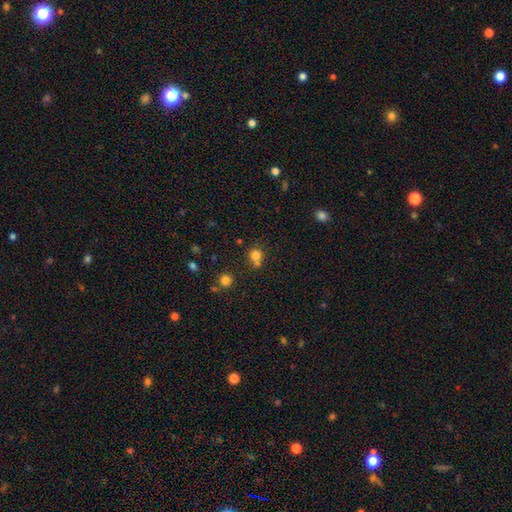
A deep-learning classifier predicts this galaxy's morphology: A smooth galaxy with no disk features (77%) that is round (83%).

Vote fractions:
- Smooth or featured? smooth: 77% / star or artifact: 15% / featured or disk: 8%
- How rounded? round: 83% / in between: 16% / cigar-shaped: 1%
- Merging? none: 53% / merger: 31% / minor disturbance: 12% / major disturbance: 4%